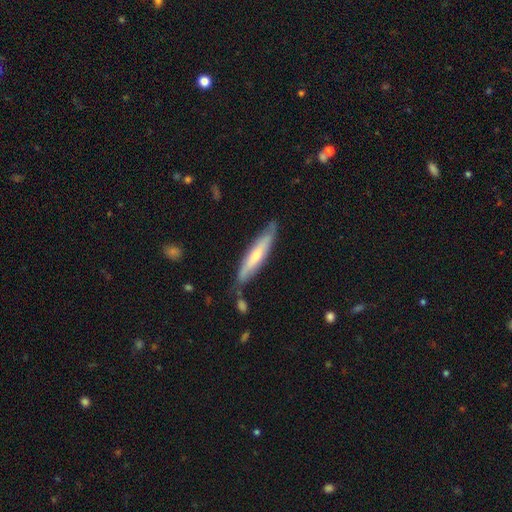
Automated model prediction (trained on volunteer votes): smooth 49%, featured or disk 46%, star or artifact 6%. Down the decision tree: merging — none (73%).